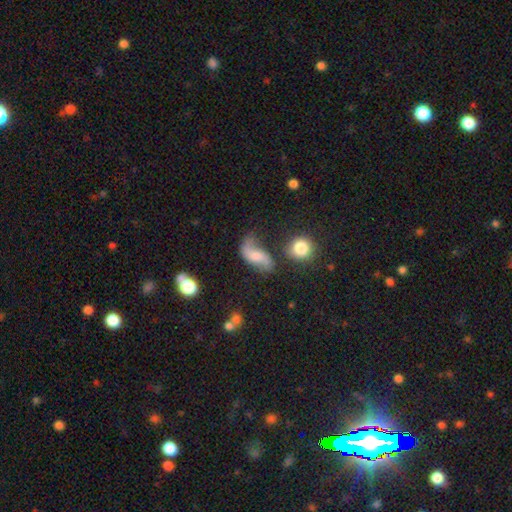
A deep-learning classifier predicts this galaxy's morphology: This is possibly a featured or disk galaxy (58%). It is clearly not viewed edge-on (94%). Bar: possibly no (51%). Spiral arm pattern: clearly yes (87%). Central bulge: marginally moderate (39%). Merging: marginally none (44%).